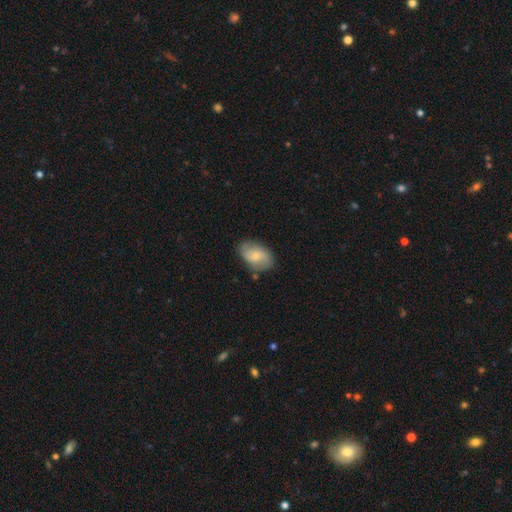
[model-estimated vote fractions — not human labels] This appears to be a featured or disk galaxy (55%) with no bar (55%), spiral arms (86%) and a small central bulge (58%). Merging: none (75%).